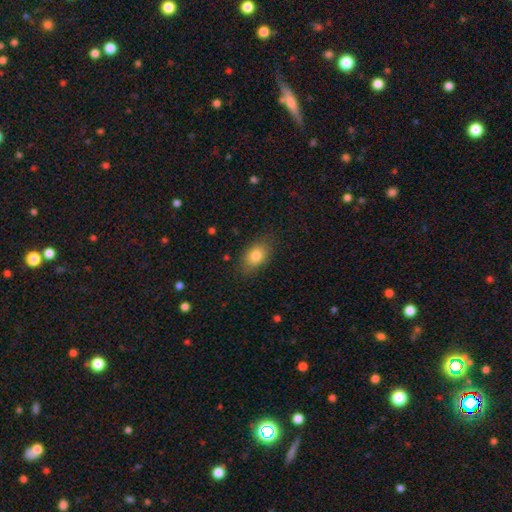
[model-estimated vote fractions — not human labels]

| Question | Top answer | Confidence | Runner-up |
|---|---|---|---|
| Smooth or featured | smooth | 82% | featured or disk (9%) |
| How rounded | in between | 84% | round (14%) |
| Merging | none | 81% | minor disturbance (14%) |